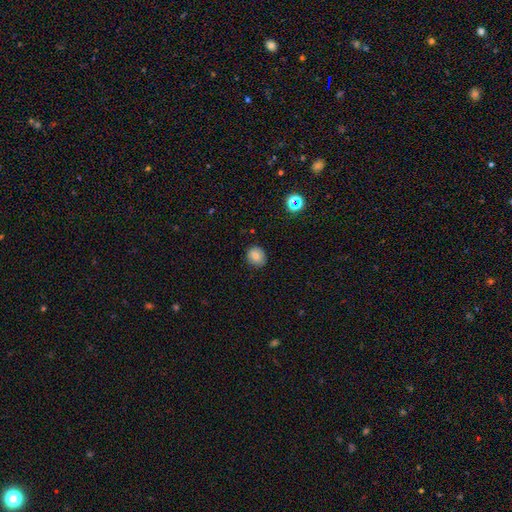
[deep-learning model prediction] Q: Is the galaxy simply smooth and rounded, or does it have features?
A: smooth — 82%.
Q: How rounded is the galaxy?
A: round — 71%.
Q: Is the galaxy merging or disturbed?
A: none — 83%.